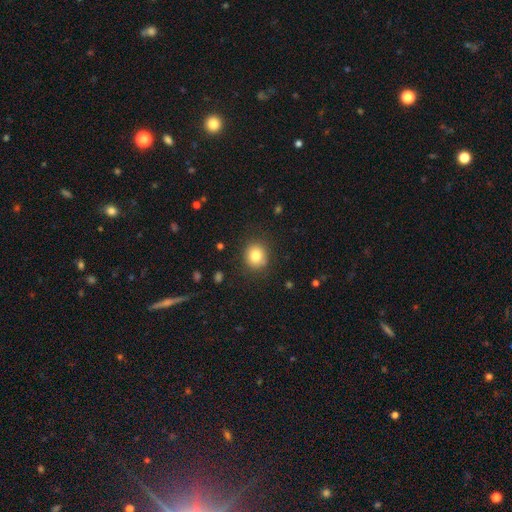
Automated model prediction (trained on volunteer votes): This is clearly a smooth galaxy (81%). How rounded: clearly round (85%). Merging: clearly none (86%).